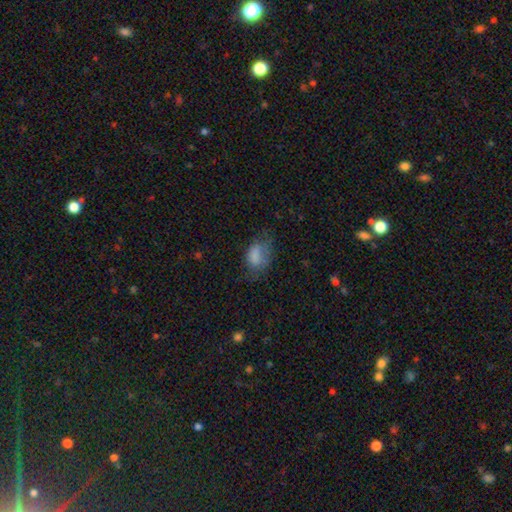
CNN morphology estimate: The model was most divided on "merging": none: 43%, minor disturbance: 31%, major disturbance: 24%, merger: 2%. More confident: how rounded — in between (84%); smooth or featured — smooth (76%).